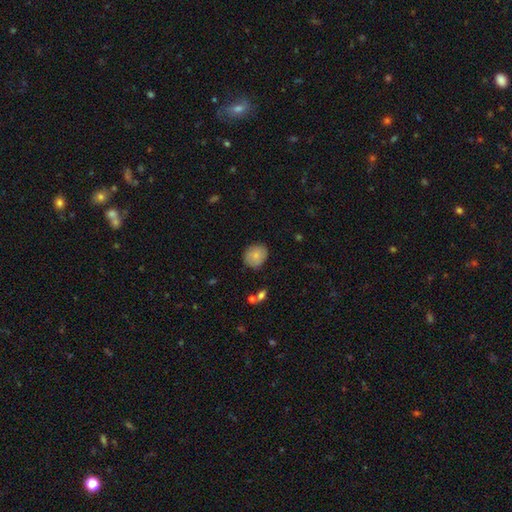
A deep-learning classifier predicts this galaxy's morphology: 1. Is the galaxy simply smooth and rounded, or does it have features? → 80% smooth, 12% featured or disk, 7% star or artifact.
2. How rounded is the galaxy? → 74% round, 25% in between, 1% cigar-shaped.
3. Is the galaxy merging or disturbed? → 81% none, 15% minor disturbance, 3% major disturbance, 2% merger.